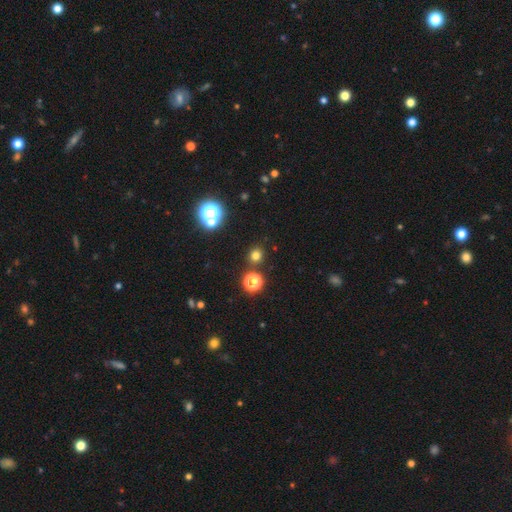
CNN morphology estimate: This is likely a smooth galaxy (73%). How rounded: clearly round (89%). Merging: clearly none (86%).